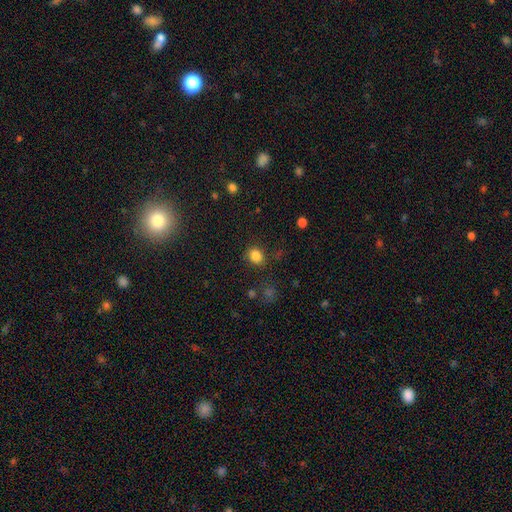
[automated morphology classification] Overall: smooth (84%). How rounded: round (65%; in between 34%). Merging: none (82%).